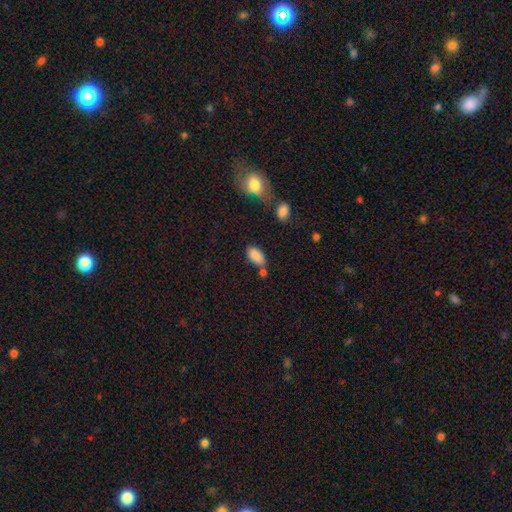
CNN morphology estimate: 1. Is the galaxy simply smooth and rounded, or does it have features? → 87% smooth, 8% star or artifact, 5% featured or disk.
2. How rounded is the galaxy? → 93% in between, 3% round, 3% cigar-shaped.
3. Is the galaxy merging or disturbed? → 62% none, 17% minor disturbance, 16% merger, 5% major disturbance.